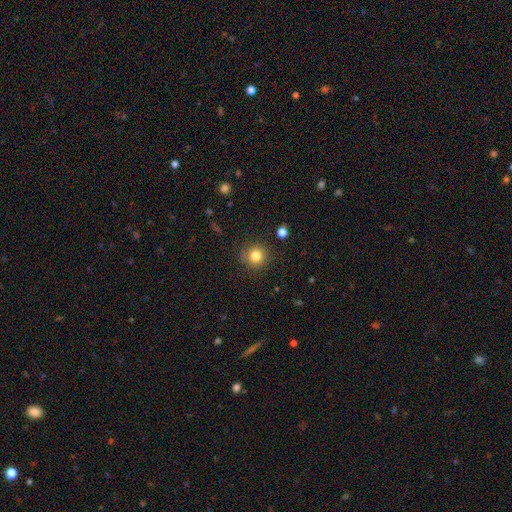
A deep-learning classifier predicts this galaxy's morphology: Q: Smooth or featured?
A: smooth (82%); runner-up: star or artifact (12%)
Q: How rounded?
A: round (91%); runner-up: in between (8%)
Q: Merging?
A: none (87%); runner-up: minor disturbance (9%)